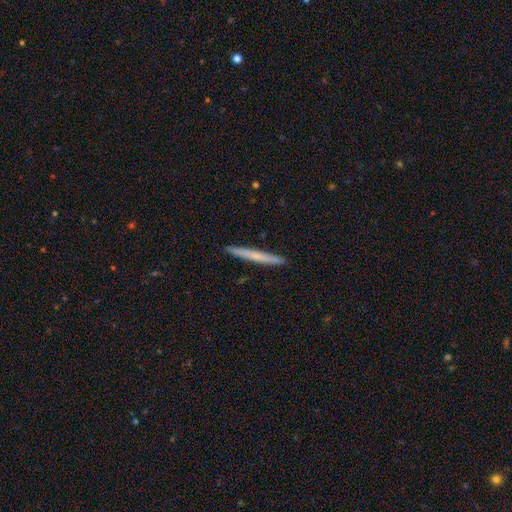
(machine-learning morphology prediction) A smooth galaxy with no disk features (59%) that is cigar-shaped (97%).

Vote fractions:
- Smooth or featured? smooth: 59% / featured or disk: 35% / star or artifact: 6%
- How rounded? cigar-shaped: 97% / in between: 2% / round: 1%
- Merging? none: 92% / minor disturbance: 5% / major disturbance: 1% / merger: 1%